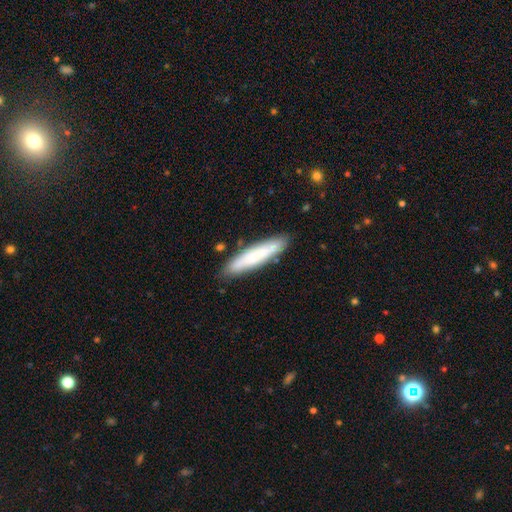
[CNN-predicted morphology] Overall: smooth (71%). How rounded: cigar-shaped (88%). Merging: none (85%).